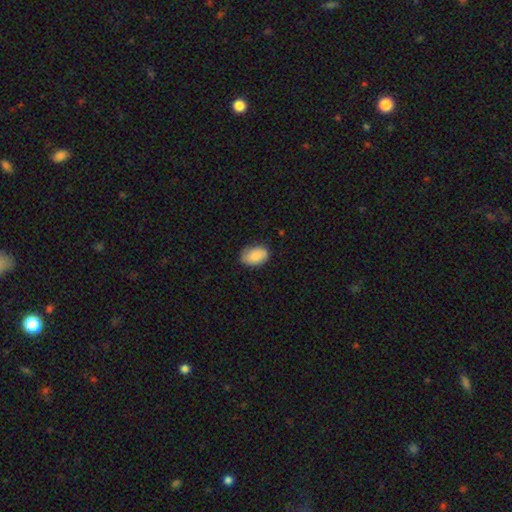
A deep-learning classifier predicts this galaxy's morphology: A smooth galaxy with no disk features (86%) that is in between round and cigar-shaped (88%). Merging: none (79%).